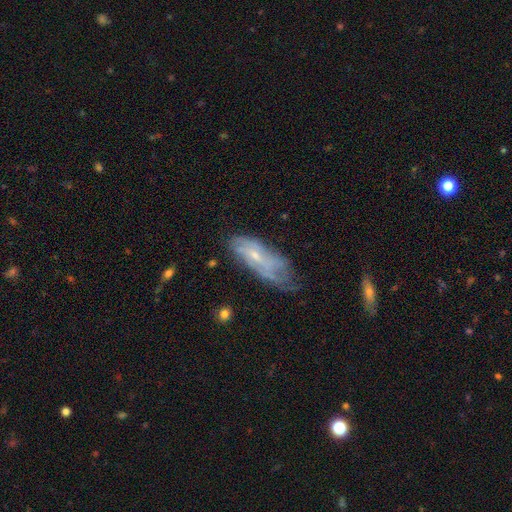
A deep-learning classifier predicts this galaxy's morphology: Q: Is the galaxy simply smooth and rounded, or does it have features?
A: featured or disk — 60%.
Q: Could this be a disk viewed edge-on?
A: no — 83%.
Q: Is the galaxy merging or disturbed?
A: none — 47%.